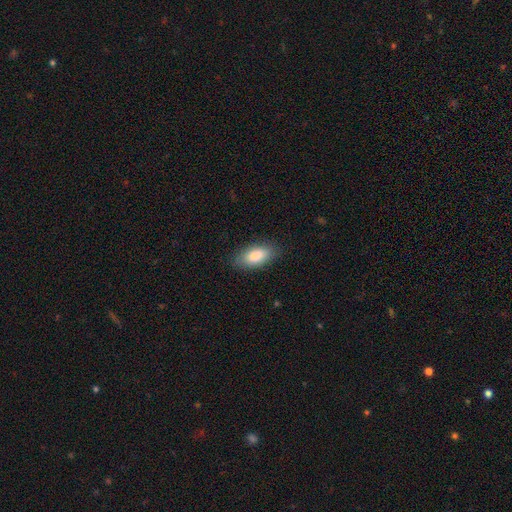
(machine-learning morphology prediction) Q: Smooth or featured?
A: smooth (84%); runner-up: featured or disk (9%)
Q: How rounded?
A: in between (89%); runner-up: cigar-shaped (9%)
Q: Merging?
A: none (86%); runner-up: minor disturbance (11%)